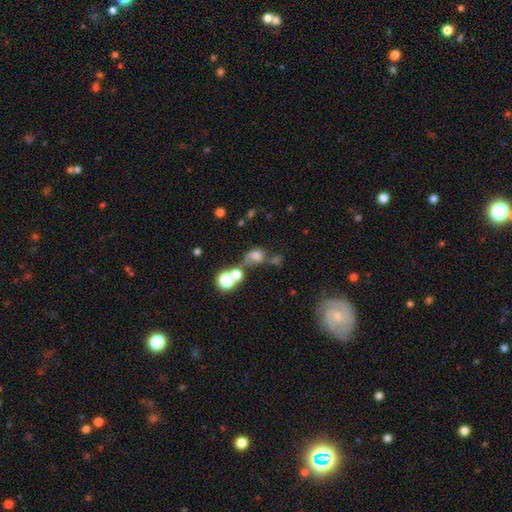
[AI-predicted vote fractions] A smooth galaxy with no disk features (58%) that is round (58%).

Vote fractions:
- Smooth or featured? smooth: 58% / star or artifact: 21% / featured or disk: 21%
- How rounded? round: 58% / in between: 40% / cigar-shaped: 2%
- Merging? merger: 34% / none: 29% / major disturbance: 21% / minor disturbance: 16%